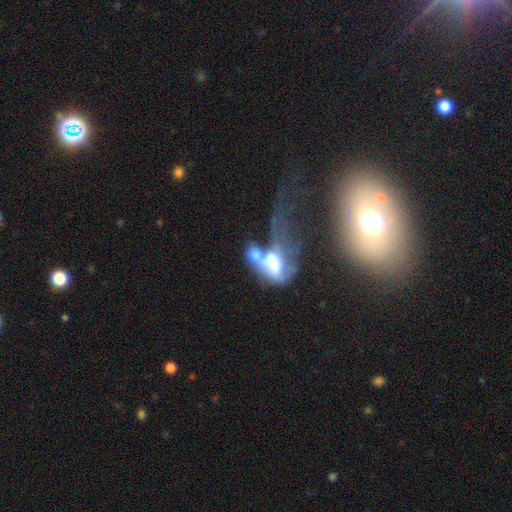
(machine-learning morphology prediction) smooth-or-featured: featured or disk: 46% | smooth: 43% | star or artifact: 11%
  merging: merger: 56% | major disturbance: 31% | none: 7% | minor disturbance: 6%